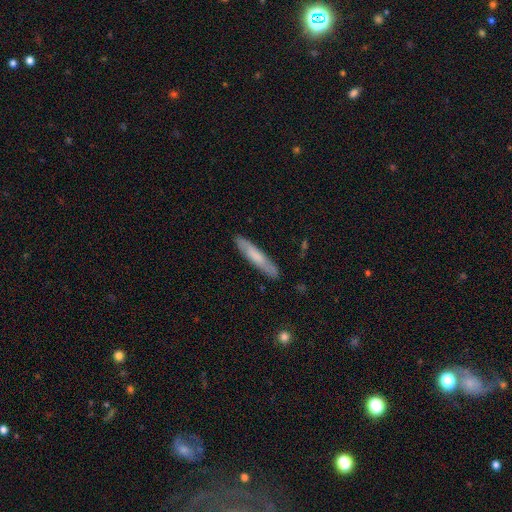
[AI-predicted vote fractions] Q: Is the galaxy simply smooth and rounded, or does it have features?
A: smooth — 64%.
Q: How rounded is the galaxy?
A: cigar-shaped — 91%.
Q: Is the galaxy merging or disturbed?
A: none — 87%.